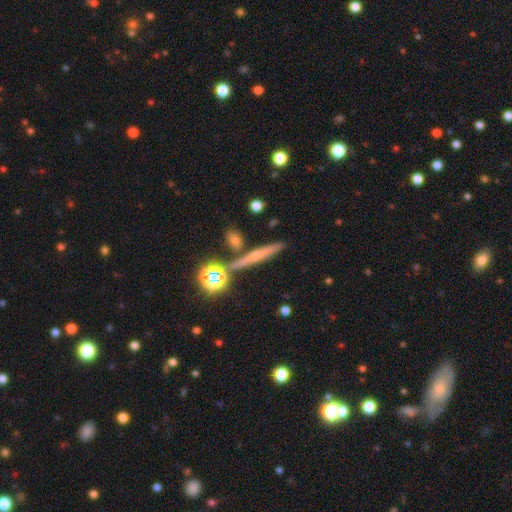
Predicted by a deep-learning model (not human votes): Smooth or featured? Predicted: featured or disk (p=0.45). Merging? Predicted: none (p=0.80).